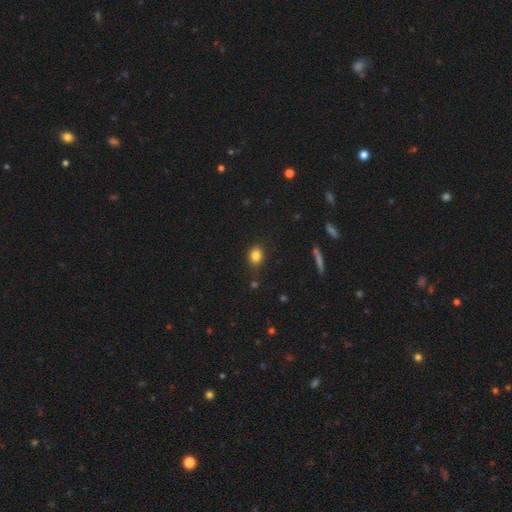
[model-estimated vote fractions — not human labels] Morphology: type=smooth (82%); roundness=round (56%); merging=none (84%).